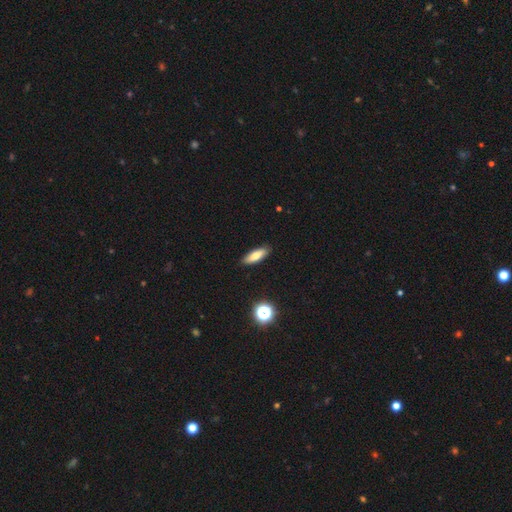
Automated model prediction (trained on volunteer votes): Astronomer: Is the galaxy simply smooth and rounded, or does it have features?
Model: smooth — 76%.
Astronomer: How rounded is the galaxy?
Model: in between — 52% (runner-up: cigar-shaped, 46%).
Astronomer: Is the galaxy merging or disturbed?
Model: none — 89%.